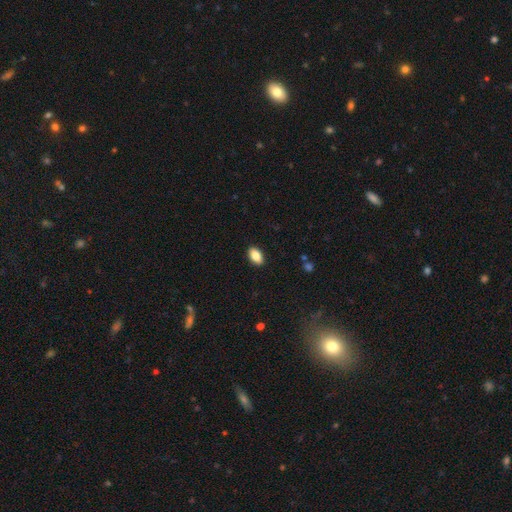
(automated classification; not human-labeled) smooth_or_featured: smooth (p=0.86) [alt: star or artifact p=0.07]
how_rounded: in between (p=0.92) [alt: round p=0.05]
merging: none (p=0.90) [alt: minor disturbance p=0.07]